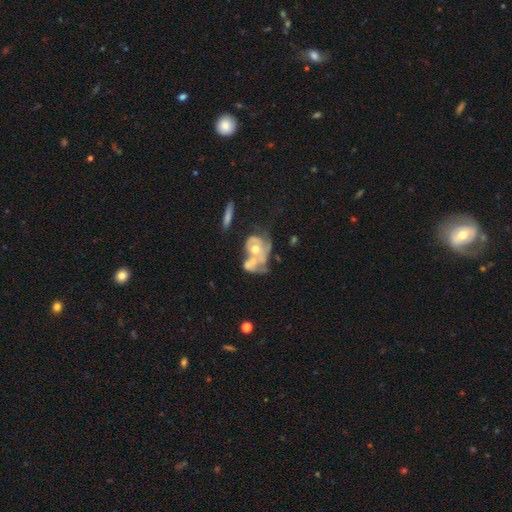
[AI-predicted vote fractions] A featured or disk galaxy (71%) with no bar (79%), spiral arms (66%) and a moderate central bulge (62%). Merging: merger (46%).